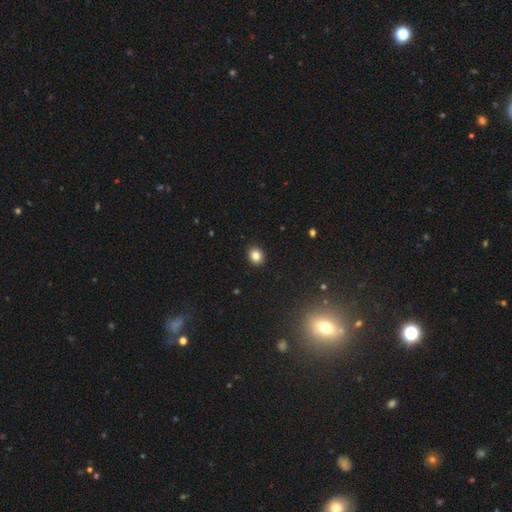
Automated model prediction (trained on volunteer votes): Q: Smooth or featured?
A: smooth (83%); runner-up: star or artifact (11%)
Q: How rounded?
A: round (69%); runner-up: in between (30%)
Q: Merging?
A: none (92%); runner-up: minor disturbance (6%)